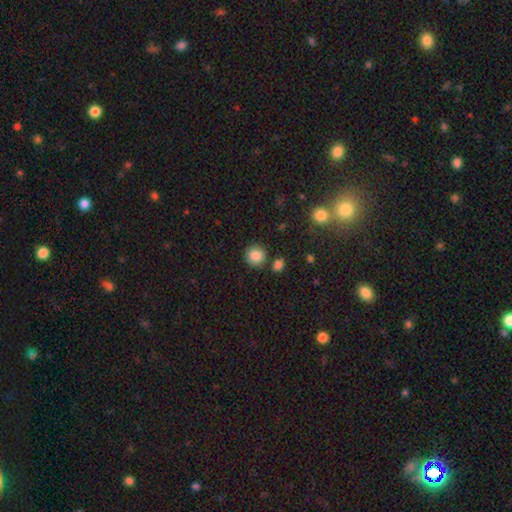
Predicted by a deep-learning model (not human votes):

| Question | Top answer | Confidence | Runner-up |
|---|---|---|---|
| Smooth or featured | smooth | 86% | star or artifact (10%) |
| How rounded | round | 90% | in between (9%) |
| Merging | none | 82% | minor disturbance (8%) |